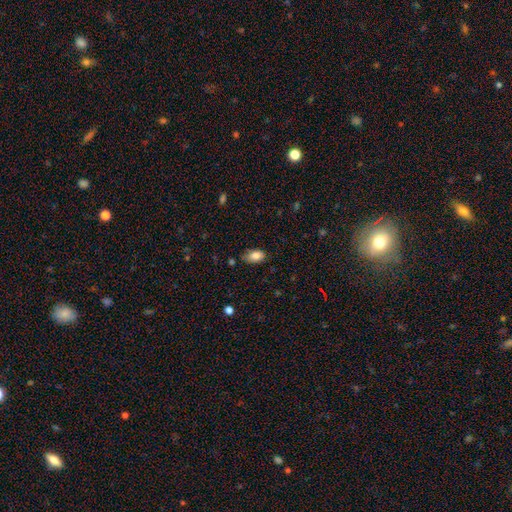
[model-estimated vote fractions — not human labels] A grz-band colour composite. It shows a smooth galaxy with no disk features (84%) that is in between round and cigar-shaped (92%). Merging: none (74%).